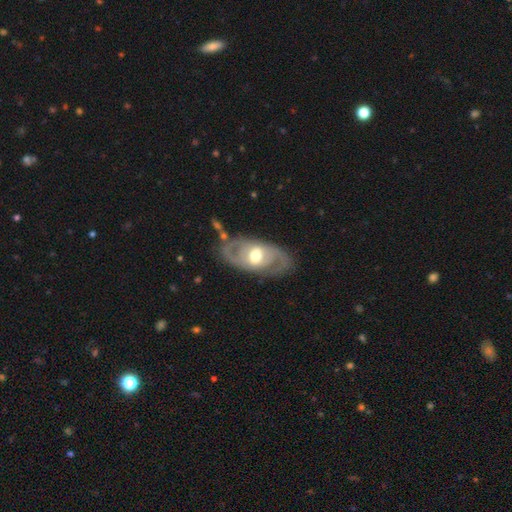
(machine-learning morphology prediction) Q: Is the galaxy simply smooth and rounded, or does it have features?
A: featured or disk — 75%.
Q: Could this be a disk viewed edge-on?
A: no — 92%.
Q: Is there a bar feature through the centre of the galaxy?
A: no — 41%.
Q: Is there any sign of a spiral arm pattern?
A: yes — 65%.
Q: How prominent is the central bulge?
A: moderate — 72%.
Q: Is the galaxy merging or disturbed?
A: none — 77%.